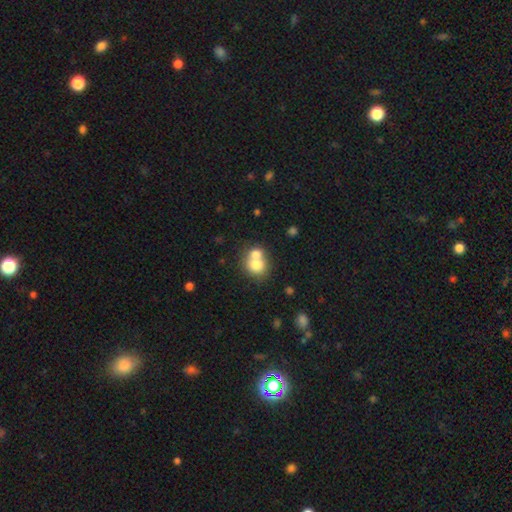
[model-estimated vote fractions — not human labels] Q: Smooth or featured?
A: smooth (73%); runner-up: featured or disk (17%)
Q: How rounded?
A: round (73%); runner-up: in between (26%)
Q: Merging?
A: merger (61%); runner-up: none (30%)